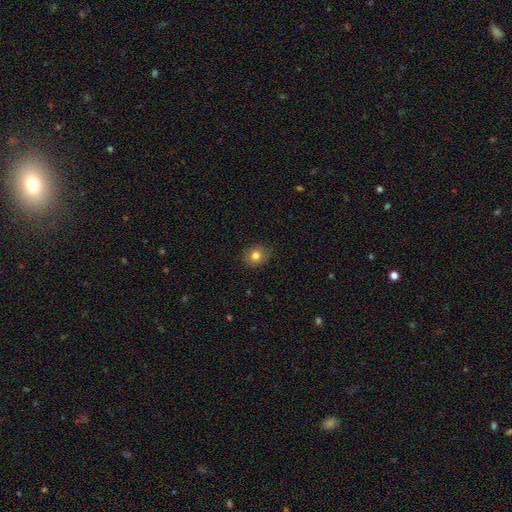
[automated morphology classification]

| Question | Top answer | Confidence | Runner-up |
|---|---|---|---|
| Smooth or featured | smooth | 79% | star or artifact (12%) |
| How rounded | round | 77% | in between (23%) |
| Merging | none | 85% | minor disturbance (12%) |